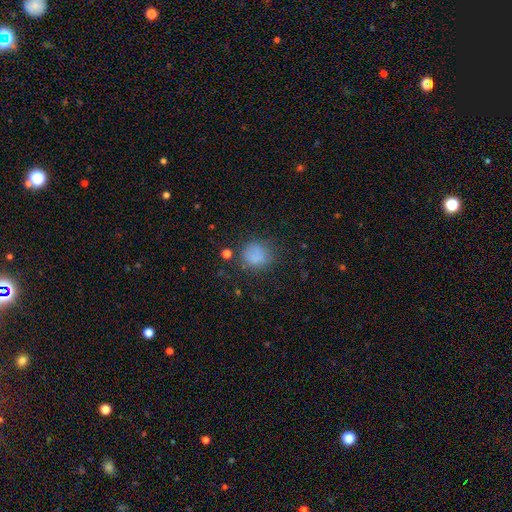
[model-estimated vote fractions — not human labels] This is likely a smooth galaxy (78%). How rounded: likely round (78%). Merging: likely none (65%).